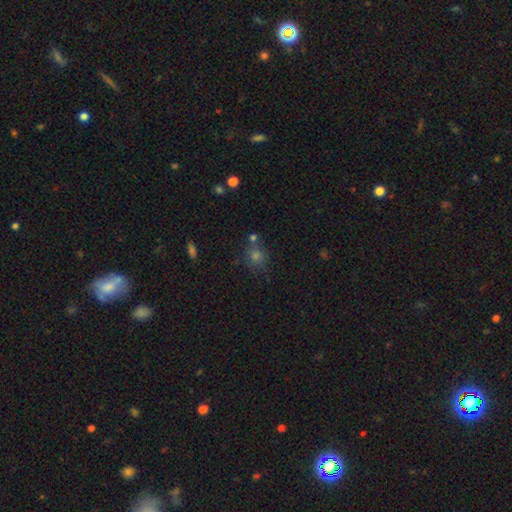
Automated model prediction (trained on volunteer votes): Overall: smooth (67%). How rounded: round (84%). Merging: none (71%).